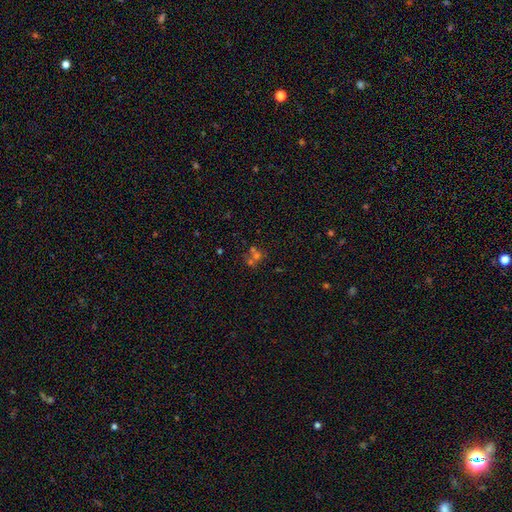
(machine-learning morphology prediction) smooth-or-featured: star or artifact: 40% (tied) | smooth: 40% (tied) | featured or disk: 20%